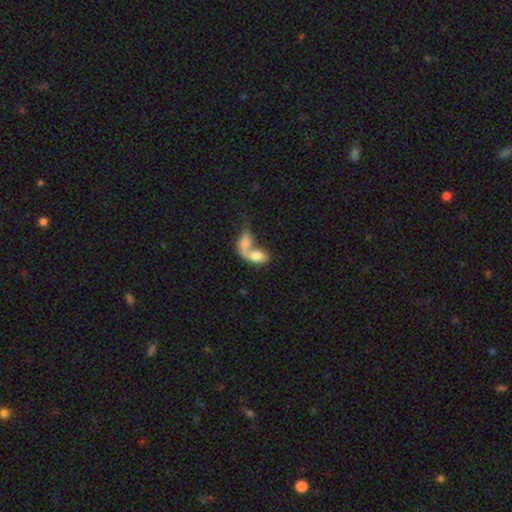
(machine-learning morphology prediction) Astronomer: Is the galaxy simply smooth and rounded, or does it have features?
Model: smooth — 69%.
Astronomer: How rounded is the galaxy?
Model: in between — 86%.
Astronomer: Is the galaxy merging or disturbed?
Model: merger — 80%.